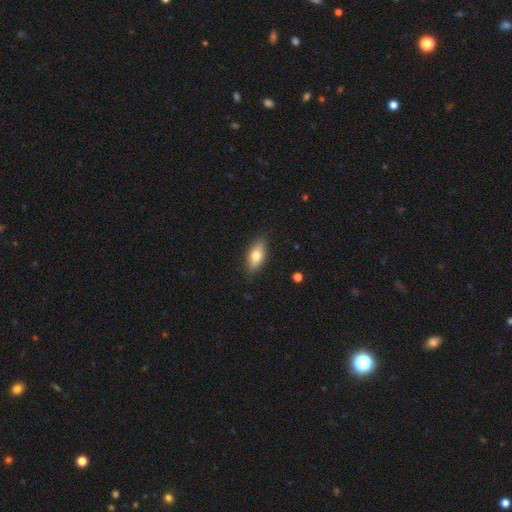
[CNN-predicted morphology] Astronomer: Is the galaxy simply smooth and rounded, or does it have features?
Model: smooth — 70%.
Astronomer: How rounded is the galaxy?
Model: in between — 81%.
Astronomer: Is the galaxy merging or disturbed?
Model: none — 86%.